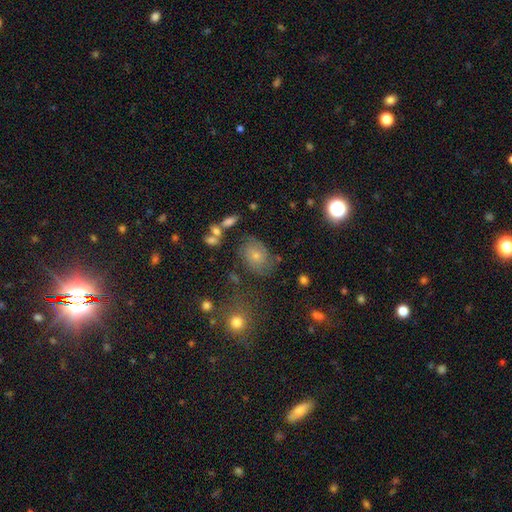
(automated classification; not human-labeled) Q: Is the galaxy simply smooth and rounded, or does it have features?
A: featured or disk — 47%.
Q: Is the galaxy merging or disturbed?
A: none — 63%.